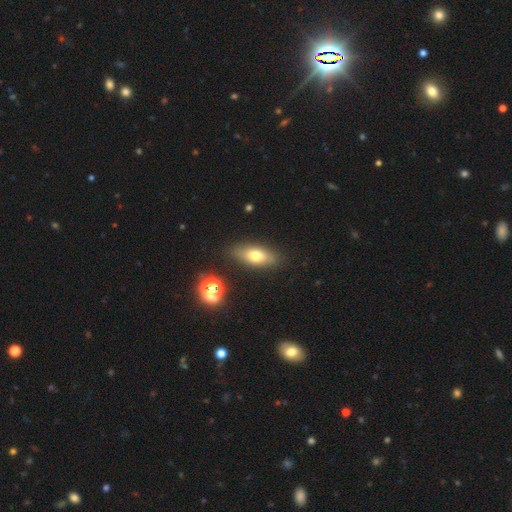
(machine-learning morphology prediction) smooth_or_featured: smooth (p=0.68) [alt: featured or disk p=0.23]
how_rounded: in between (p=0.72) [alt: cigar-shaped p=0.22]
merging: none (p=0.84) [alt: minor disturbance p=0.11]